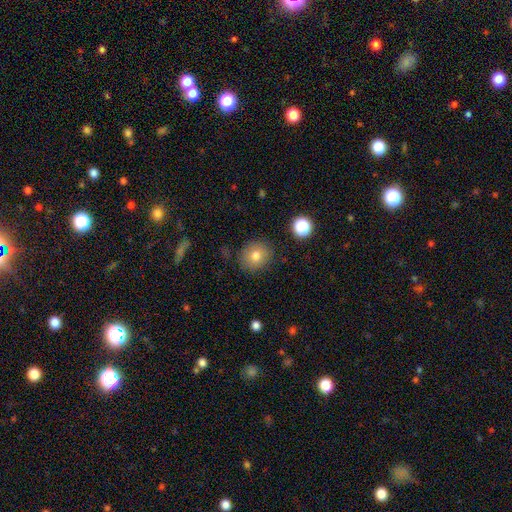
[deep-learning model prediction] A smooth galaxy with no disk features (77%) that is round (83%). Merging: none (86%).